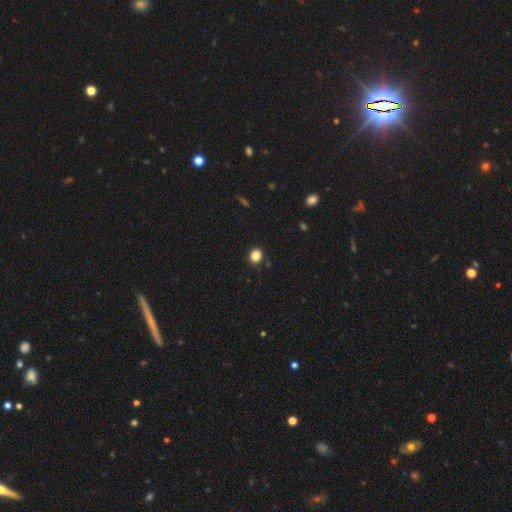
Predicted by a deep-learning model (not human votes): smooth-or-featured: smooth: 86% | star or artifact: 11% | featured or disk: 3%
  how-rounded: round: 73% | in between: 26% | cigar-shaped: 1%
  merging: none: 90% | minor disturbance: 7% | major disturbance: 2% | merger: 1%